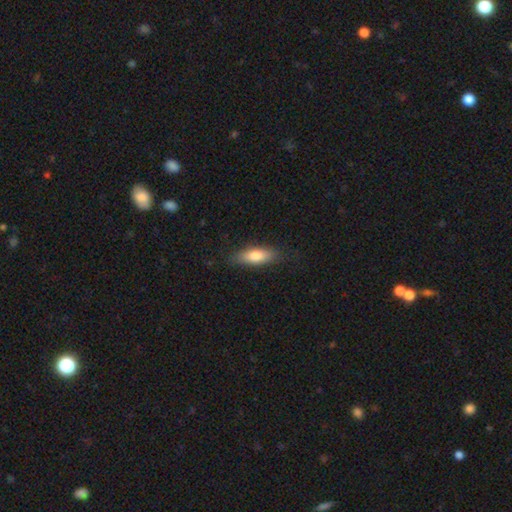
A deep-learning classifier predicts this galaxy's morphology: The model was most divided on "how rounded": in between: 65%, cigar-shaped: 32%, round: 2%. More confident: merging — none (81%); smooth or featured — smooth (77%).